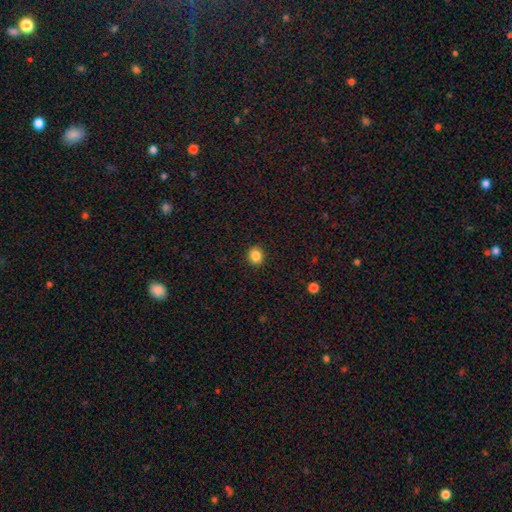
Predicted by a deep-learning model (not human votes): A smooth galaxy with no disk features (86%) that is round (79%).

Vote fractions:
- Smooth or featured? smooth: 86% / star or artifact: 10% / featured or disk: 4%
- How rounded? round: 79% / in between: 20% / cigar-shaped: 1%
- Merging? none: 92% / minor disturbance: 5% / major disturbance: 2% / merger: 1%